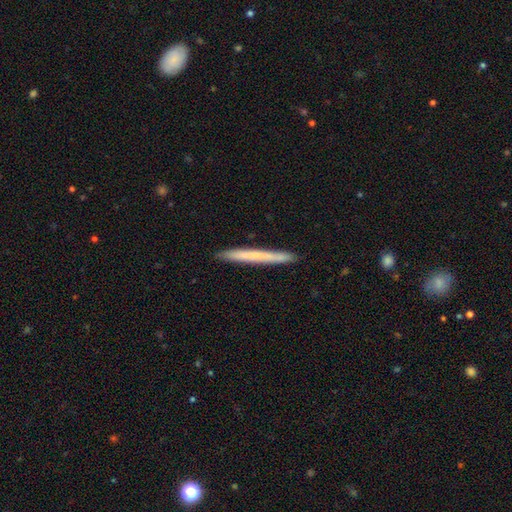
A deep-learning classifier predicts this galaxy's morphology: smooth-or-featured: smooth: 61% | featured or disk: 34% | star or artifact: 6%
  how-rounded: cigar-shaped: 97% | in between: 1% | round: 1%
  merging: none: 92% | minor disturbance: 6% | major disturbance: 1% | merger: 1%